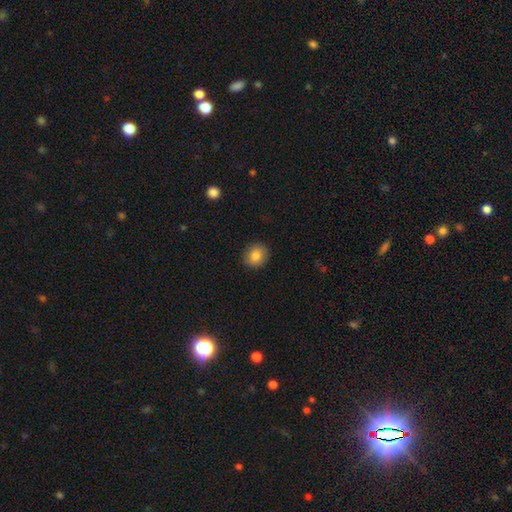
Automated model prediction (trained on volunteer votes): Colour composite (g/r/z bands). It shows a smooth galaxy with no disk features (84%) that is round (84%). Merging: none (91%).